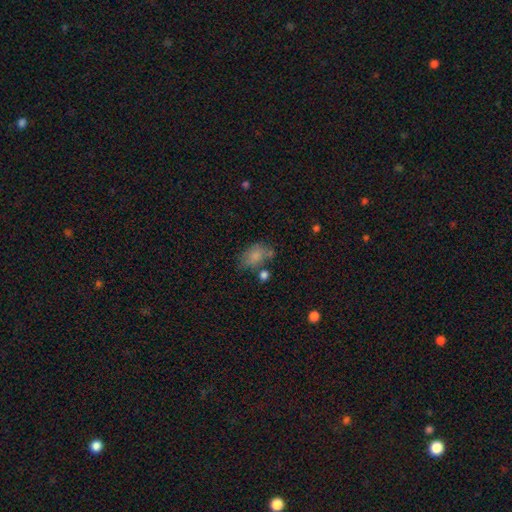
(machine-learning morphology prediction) Overall: smooth (78%). How rounded: in between (82%). Merging: none (51%; minor disturbance 24%).